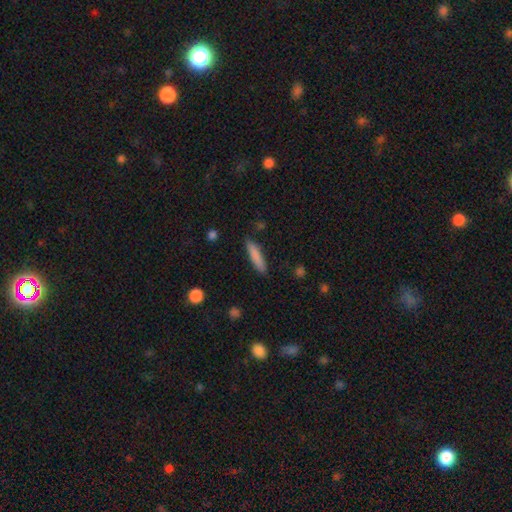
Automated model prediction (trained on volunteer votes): smooth-or-featured: smooth: 83% | featured or disk: 11% | star or artifact: 6%
  how-rounded: cigar-shaped: 84% | in between: 15% | round: 1%
  merging: none: 87% | minor disturbance: 10% | major disturbance: 2% | merger: 1%